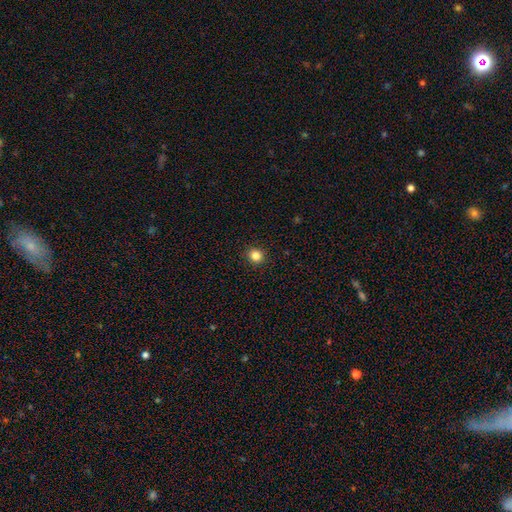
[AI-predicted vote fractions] This is clearly a smooth galaxy (84%). How rounded: clearly round (87%). Merging: clearly none (92%).